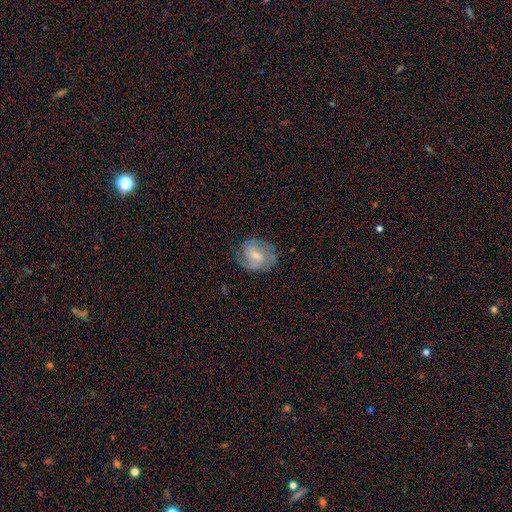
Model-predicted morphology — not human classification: smooth-or-featured: featured or disk: 62% | smooth: 31% | star or artifact: 7%
  disk-edge-on: no: 97% | yes: 3%
    bar: weak: 48% | no: 41% | strong: 11%
    has-spiral-arms: yes: 85% | no: 15%
      spiral-winding: tight: 42% | medium: 41% | loose: 17%
      spiral-arm-count: 2: 51% | can't tell: 28% | 3: 8% | 1: 8% | 4: 3% | more than 4: 2%
    bulge-size: small: 51% | moderate: 40% | none: 5% | large: 3% | dominant: 1%
  merging: none: 68% | minor disturbance: 21% | major disturbance: 10% | merger: 1%